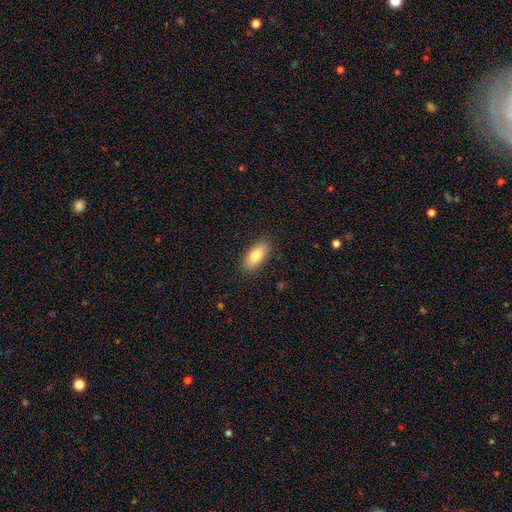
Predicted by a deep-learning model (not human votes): smooth_or_featured: smooth (p=0.80) [alt: featured or disk p=0.13]
how_rounded: in between (p=0.85) [alt: cigar-shaped p=0.12]
merging: none (p=0.87) [alt: minor disturbance p=0.10]